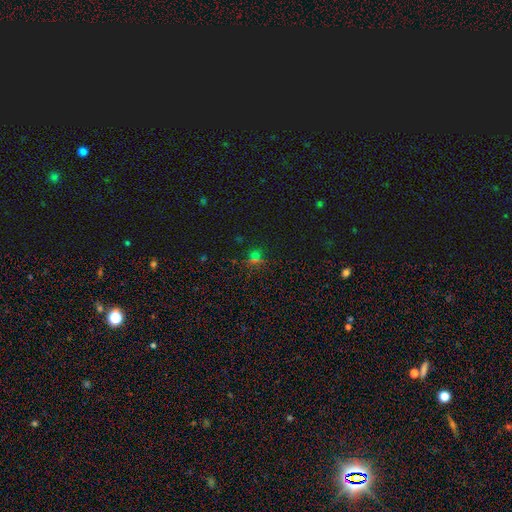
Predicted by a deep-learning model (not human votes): Smooth or featured? Predicted: star or artifact (p=0.56).